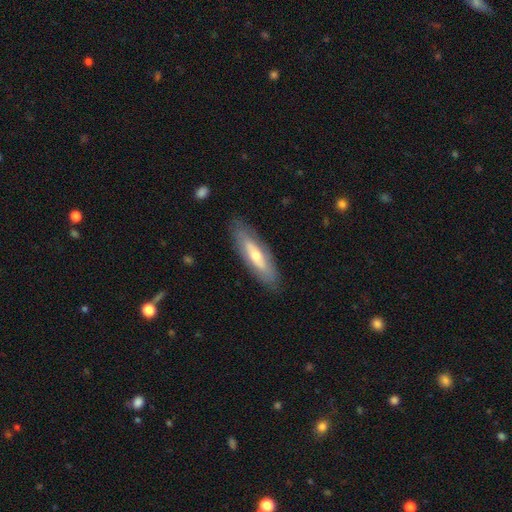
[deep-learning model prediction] smooth-or-featured: featured or disk: 51% | smooth: 43% | star or artifact: 6%
  disk-edge-on: no: 54% | yes: 46%
  merging: none: 84% | minor disturbance: 11% | major disturbance: 3% | merger: 1%